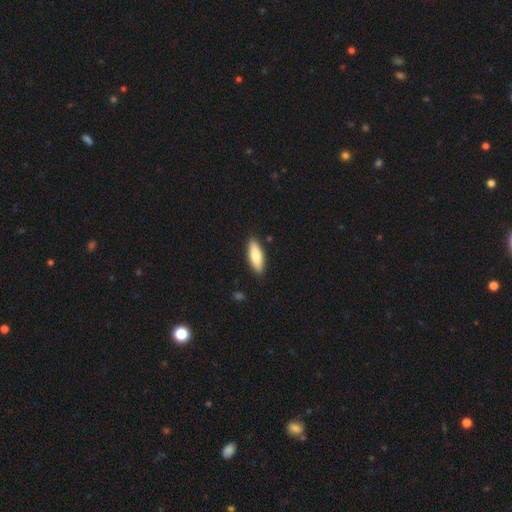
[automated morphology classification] smooth 79%, featured or disk 16%, star or artifact 5%. Down the decision tree: how rounded — in between (61%); merging — none (88%).